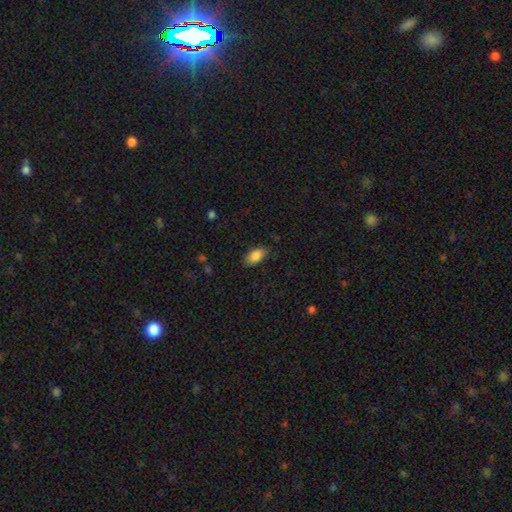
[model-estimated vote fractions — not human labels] A smooth galaxy with no disk features (86%) that is in between round and cigar-shaped (91%).

Vote fractions:
- Smooth or featured? smooth: 86% / star or artifact: 7% / featured or disk: 7%
- How rounded? in between: 91% / cigar-shaped: 6% / round: 3%
- Merging? none: 83% / minor disturbance: 13% / major disturbance: 3% / merger: 1%